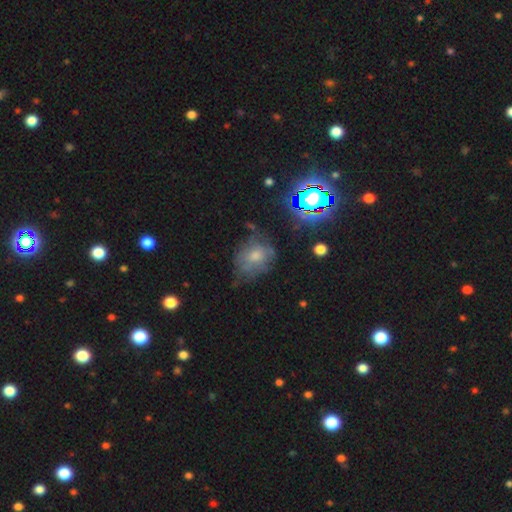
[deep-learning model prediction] This appears to be a smooth galaxy with no disk features (47%). Merging: none (53%).